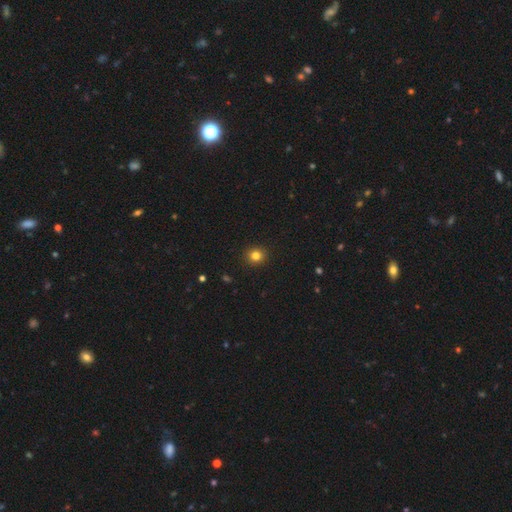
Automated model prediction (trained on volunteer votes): This is clearly a smooth galaxy (82%). How rounded: clearly round (87%). Merging: clearly none (93%).